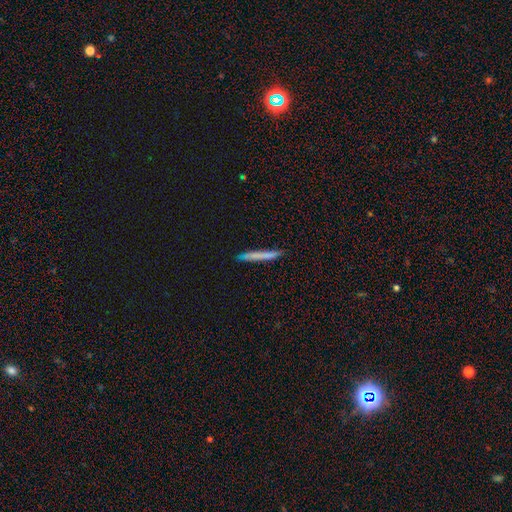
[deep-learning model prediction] Q: Smooth or featured?
A: smooth (68%); runner-up: featured or disk (26%)
Q: How rounded?
A: cigar-shaped (96%); runner-up: in between (2%)
Q: Merging?
A: none (86%); runner-up: minor disturbance (11%)